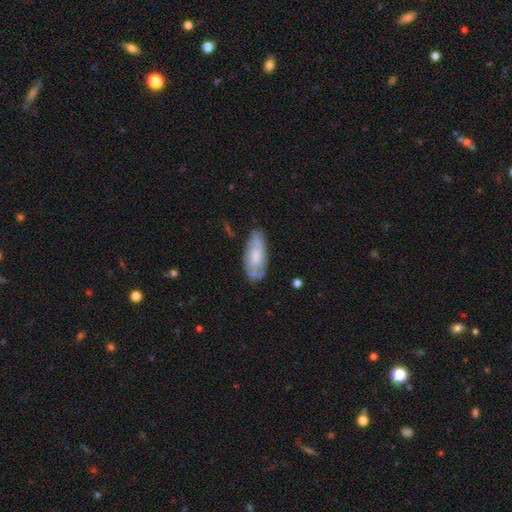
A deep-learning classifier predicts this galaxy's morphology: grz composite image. It shows a featured or disk galaxy (48%). Merging: none (65%).